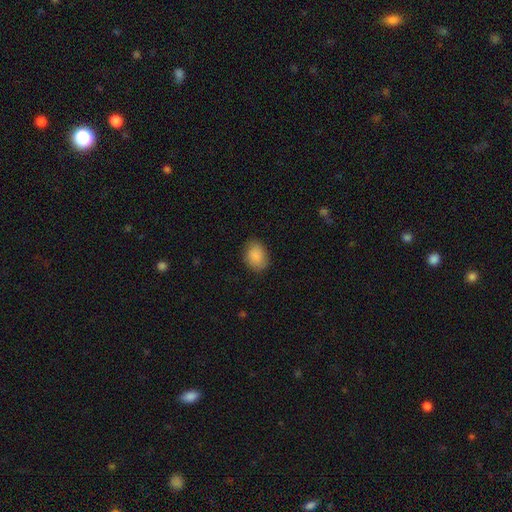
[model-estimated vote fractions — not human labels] A smooth galaxy with no disk features (88%) that is in between round and cigar-shaped (62%). Merging: none (80%).